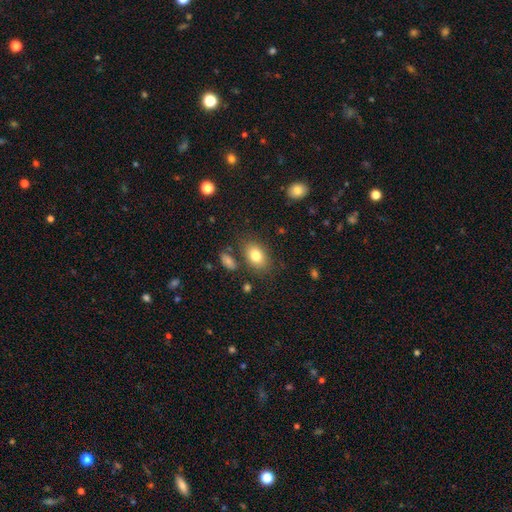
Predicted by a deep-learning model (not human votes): smooth_or_featured: smooth (p=0.81) [alt: featured or disk p=0.10]
how_rounded: in between (p=0.82) [alt: round p=0.17]
merging: none (p=0.77) [alt: minor disturbance p=0.13]